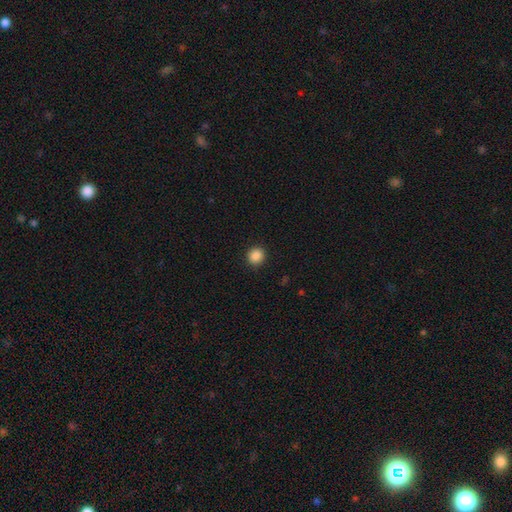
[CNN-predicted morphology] smooth 88%, star or artifact 10%, featured or disk 3%. Down the decision tree: how rounded — round (90%); merging — none (91%).